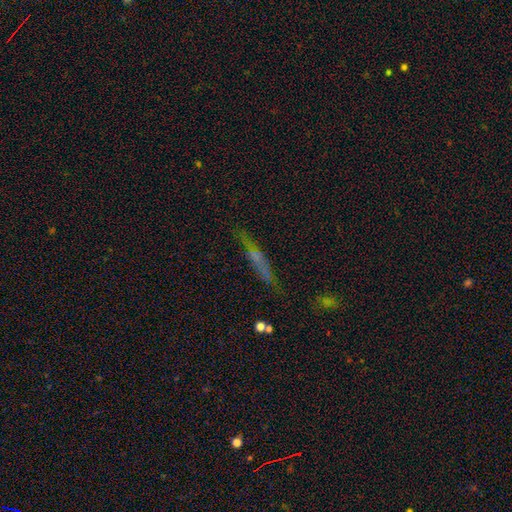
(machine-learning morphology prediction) Q: Smooth or featured?
A: featured or disk (59%); runner-up: smooth (26%)
Q: Edge-on disk?
A: yes (91%); runner-up: no (9%)
Q: Edge-on bulge?
A: rounded (62%); runner-up: none (29%)
Q: Merging?
A: none (84%); runner-up: minor disturbance (11%)